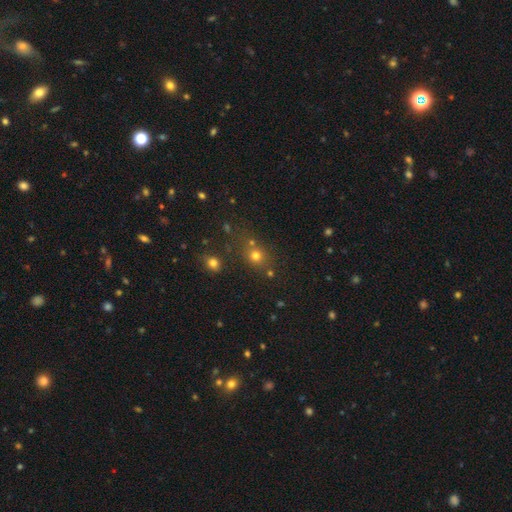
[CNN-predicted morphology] Smooth or featured?
  - smooth: 69% *
  - star or artifact: 21%
  - featured or disk: 10%
How rounded?
  - round: 77% *
  - in between: 22%
  - cigar-shaped: 1%
Merging?
  - none: 66% *
  - merger: 17%
  - minor disturbance: 11%
  - major disturbance: 5%